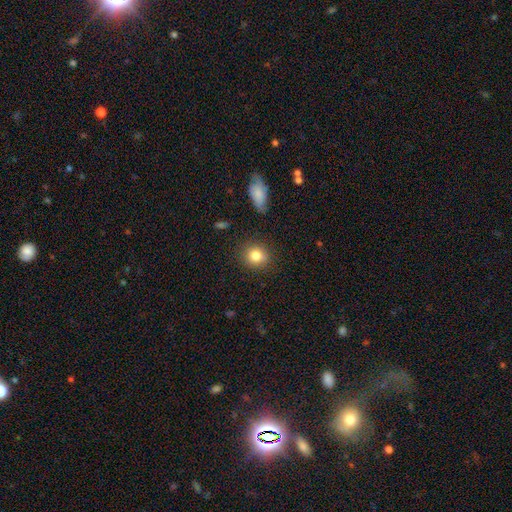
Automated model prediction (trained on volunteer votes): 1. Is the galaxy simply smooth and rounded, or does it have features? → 83% smooth, 10% star or artifact, 8% featured or disk.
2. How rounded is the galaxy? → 82% round, 17% in between, 1% cigar-shaped.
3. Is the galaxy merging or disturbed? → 87% none, 9% minor disturbance, 3% major disturbance, 2% merger.